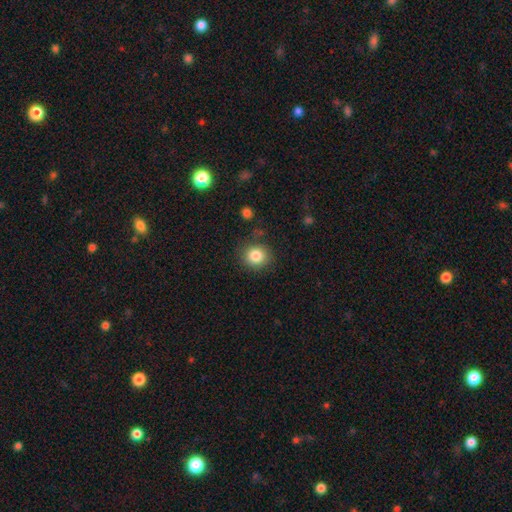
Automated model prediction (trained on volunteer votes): Smooth or featured?
  - smooth: 83% *
  - star or artifact: 10%
  - featured or disk: 6%
How rounded?
  - round: 84% *
  - in between: 15%
  - cigar-shaped: 1%
Merging?
  - none: 83% *
  - minor disturbance: 11%
  - major disturbance: 4%
  - merger: 3%